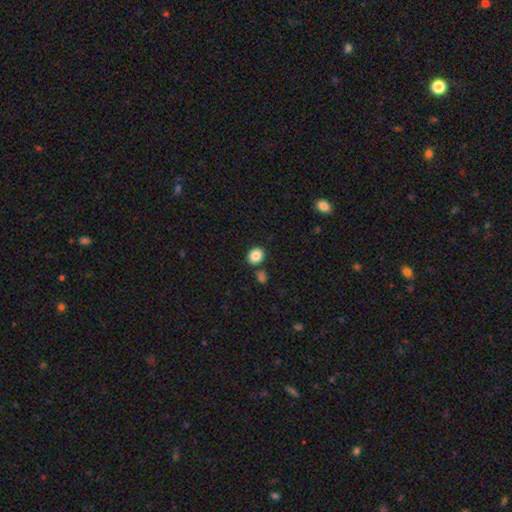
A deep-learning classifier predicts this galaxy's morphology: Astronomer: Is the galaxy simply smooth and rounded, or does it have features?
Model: smooth — 87%.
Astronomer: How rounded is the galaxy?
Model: round — 65%.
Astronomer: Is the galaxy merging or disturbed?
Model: none — 79%.